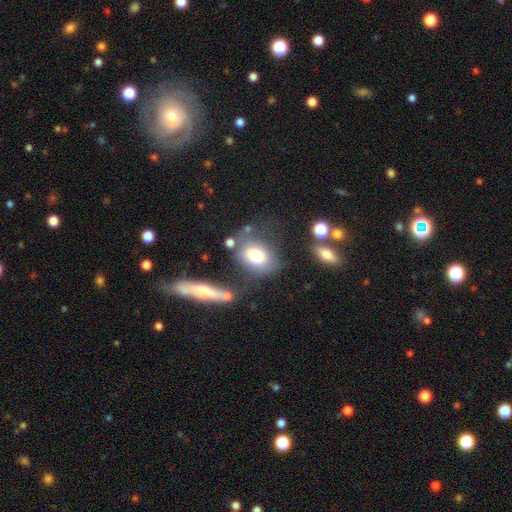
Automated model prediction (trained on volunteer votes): smooth-or-featured: smooth: 77% | featured or disk: 15% | star or artifact: 9%
  how-rounded: in between: 72% | round: 26% | cigar-shaped: 2%
  merging: none: 52% | minor disturbance: 19% | merger: 16% | major disturbance: 12%